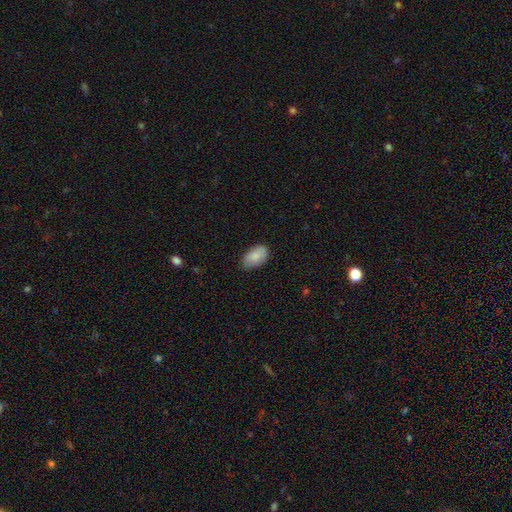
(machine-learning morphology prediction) Overall: smooth (84%). How rounded: in between (94%). Merging: none (76%).